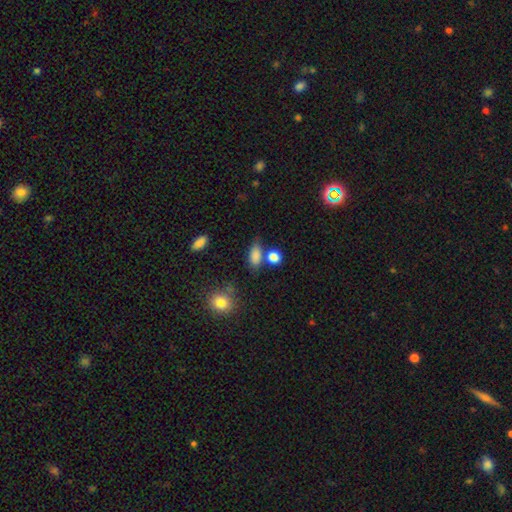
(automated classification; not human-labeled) Q: Smooth or featured?
A: smooth (84%); runner-up: star or artifact (10%)
Q: How rounded?
A: in between (77%); runner-up: round (17%)
Q: Merging?
A: none (60%); runner-up: merger (18%)